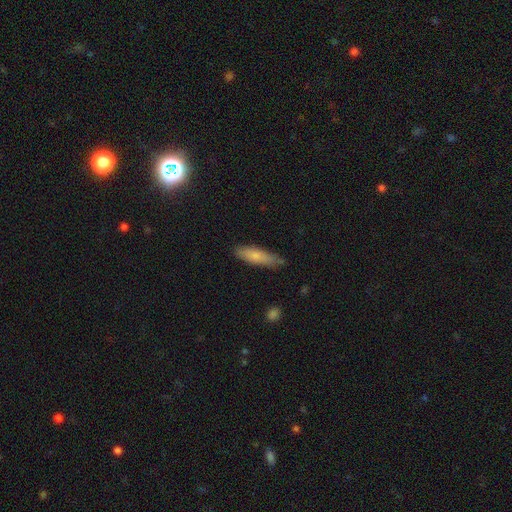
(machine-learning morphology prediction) Smooth or featured: smooth — 78% (featured or disk — 16%)
How rounded: cigar-shaped — 66% (in between — 32%)
Merging: none — 71% (minor disturbance — 23%)